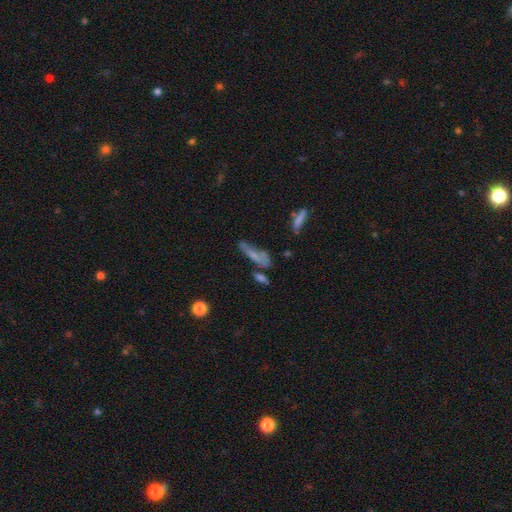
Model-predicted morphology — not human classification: type=smooth (50%); merging=none (40%).